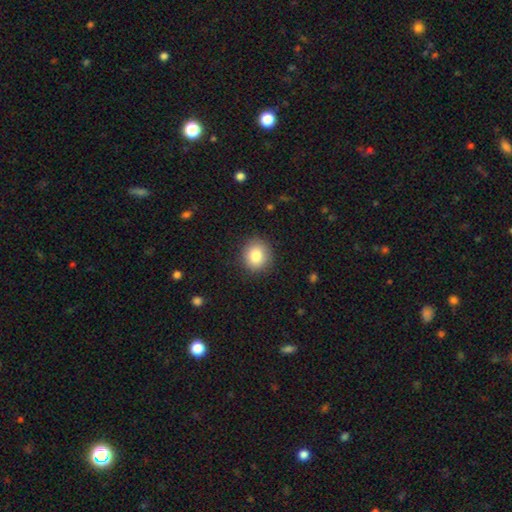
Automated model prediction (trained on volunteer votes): Morphology: type=smooth (84%); roundness=round (77%); merging=none (88%).